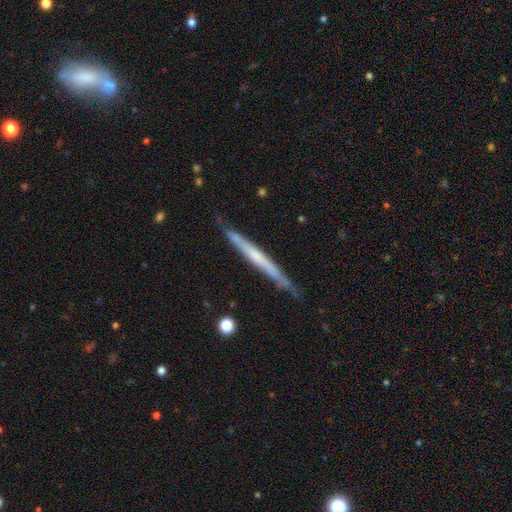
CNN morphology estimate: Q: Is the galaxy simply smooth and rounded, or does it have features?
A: featured or disk — 57%.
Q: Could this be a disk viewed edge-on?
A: yes — 95%.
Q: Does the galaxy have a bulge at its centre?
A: none — 72%.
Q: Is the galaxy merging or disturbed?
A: none — 79%.